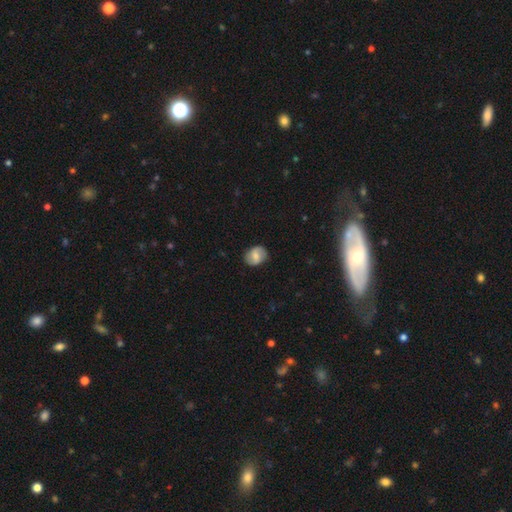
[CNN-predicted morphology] Smooth or featured?
  - smooth: 53% *
  - featured or disk: 39%
  - star or artifact: 8%
How rounded?
  - round: 52% *
  - in between: 47%
  - cigar-shaped: 1%
Merging?
  - none: 83% *
  - minor disturbance: 13%
  - major disturbance: 3%
  - merger: 1%